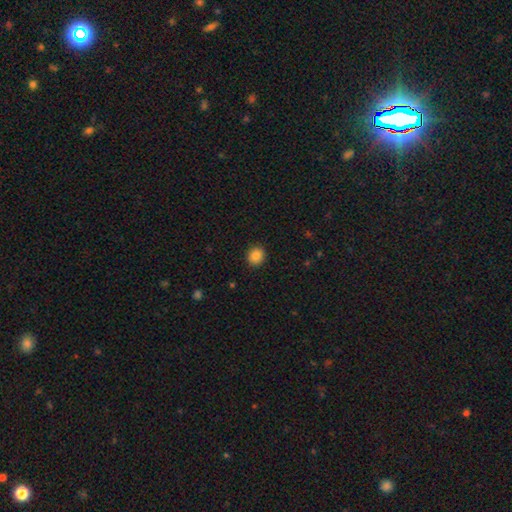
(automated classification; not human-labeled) This appears to be a smooth galaxy with no disk features (86%) that is round (79%). Merging: none (91%).